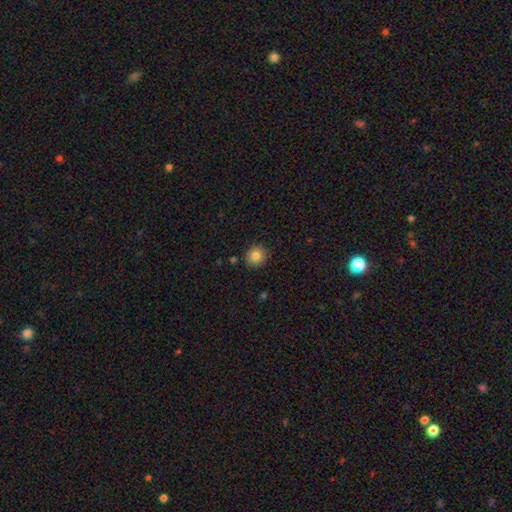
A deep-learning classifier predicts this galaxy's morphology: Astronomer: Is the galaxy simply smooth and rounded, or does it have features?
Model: smooth — 82%.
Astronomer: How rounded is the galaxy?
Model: round — 90%.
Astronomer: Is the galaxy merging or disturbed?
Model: none — 89%.